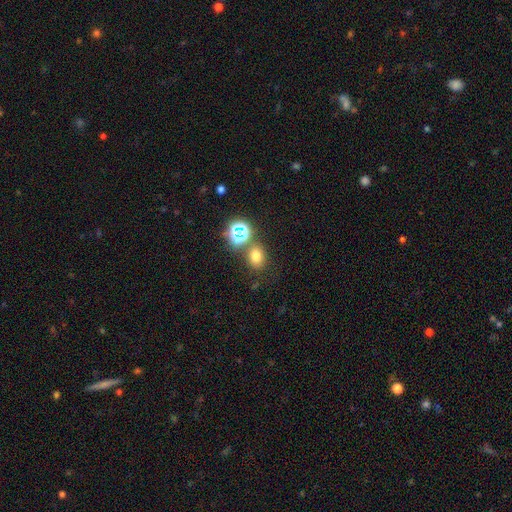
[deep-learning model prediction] This is likely a smooth galaxy (68%). How rounded: possibly round (53%). Merging: likely none (72%).